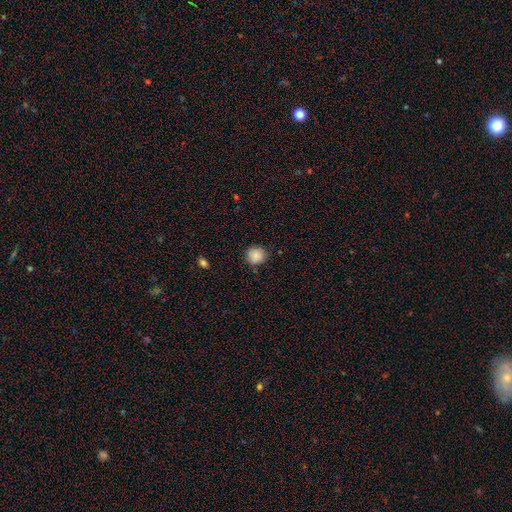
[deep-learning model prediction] Smooth or featured? Predicted: smooth (p=0.86). How rounded? Predicted: round (p=0.90). Merging? Predicted: none (p=0.83).